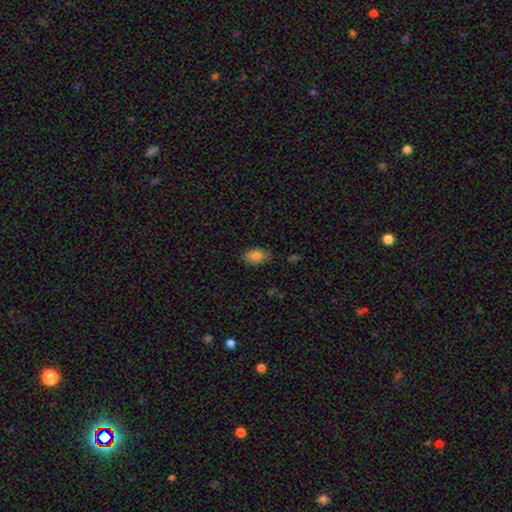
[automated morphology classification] Smooth or featured?
  - smooth: 84% *
  - featured or disk: 8%
  - star or artifact: 8%
How rounded?
  - in between: 92% *
  - round: 6%
  - cigar-shaped: 2%
Merging?
  - none: 83% *
  - minor disturbance: 13%
  - major disturbance: 3%
  - merger: 1%